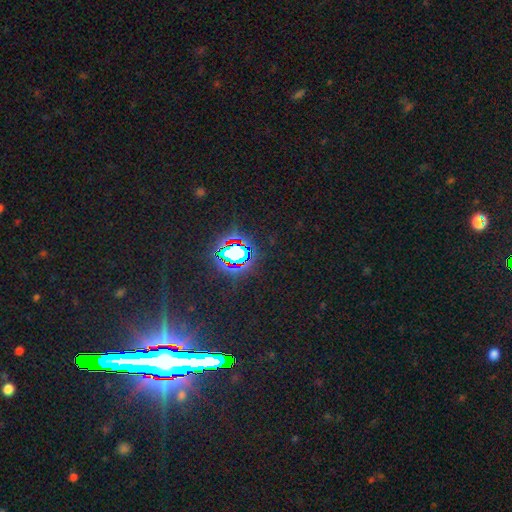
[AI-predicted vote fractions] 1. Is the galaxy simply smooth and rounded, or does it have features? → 84% star or artifact, 8% featured or disk, 8% smooth.